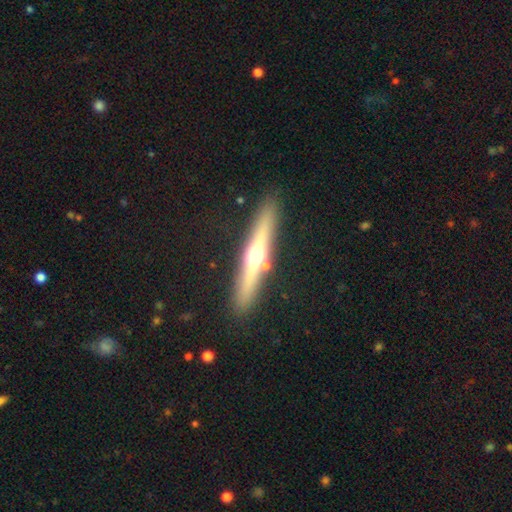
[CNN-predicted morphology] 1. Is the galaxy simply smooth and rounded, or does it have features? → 61% featured or disk, 31% smooth, 8% star or artifact.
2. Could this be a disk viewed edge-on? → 93% yes, 7% no.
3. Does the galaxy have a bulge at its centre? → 92% rounded, 4% none, 3% boxy.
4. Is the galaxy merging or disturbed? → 85% none, 8% minor disturbance, 4% merger, 3% major disturbance.